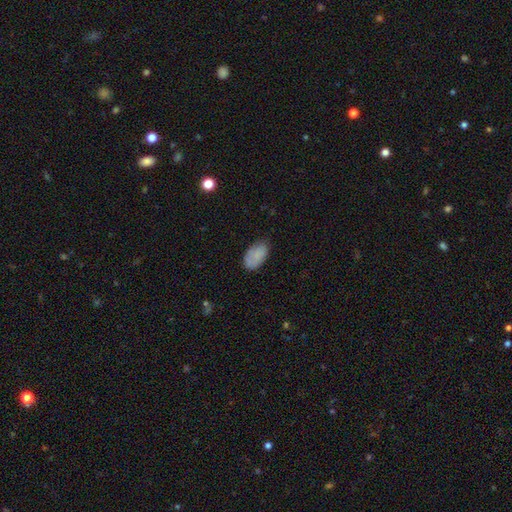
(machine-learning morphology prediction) This appears to be a smooth galaxy with no disk features (84%) that is in between round and cigar-shaped (94%). Merging: none (71%).